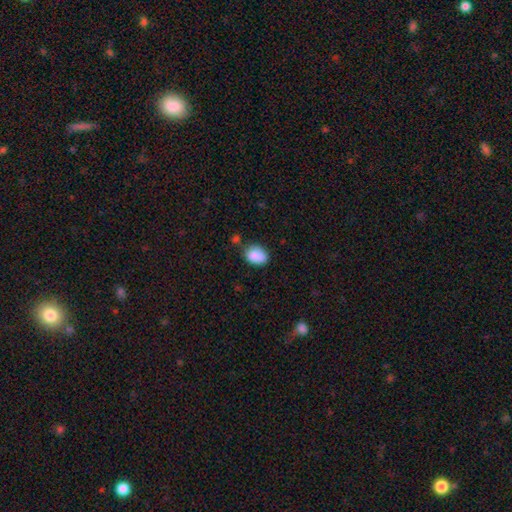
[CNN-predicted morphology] smooth 87%, star or artifact 8%, featured or disk 5%. Down the decision tree: how rounded — in between (70%); merging — none (63%).